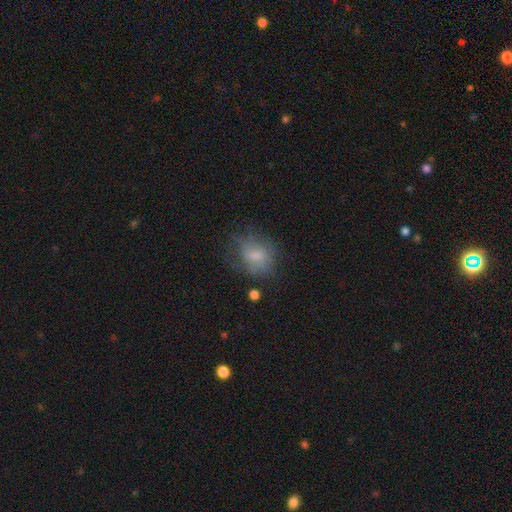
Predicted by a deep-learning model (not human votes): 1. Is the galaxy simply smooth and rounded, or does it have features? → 65% smooth, 24% featured or disk, 11% star or artifact.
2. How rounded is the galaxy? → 55% round, 44% in between, 1% cigar-shaped.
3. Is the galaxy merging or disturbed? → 56% none, 24% minor disturbance, 17% major disturbance, 2% merger.